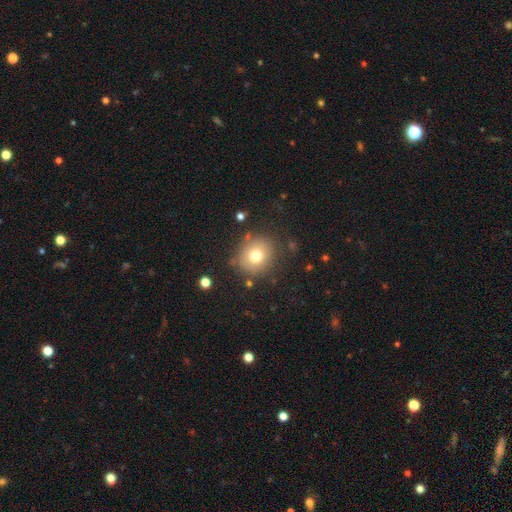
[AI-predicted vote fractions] Smooth or featured? Predicted: smooth (p=0.74). How rounded? Predicted: round (p=0.79). Merging? Predicted: none (p=0.82).